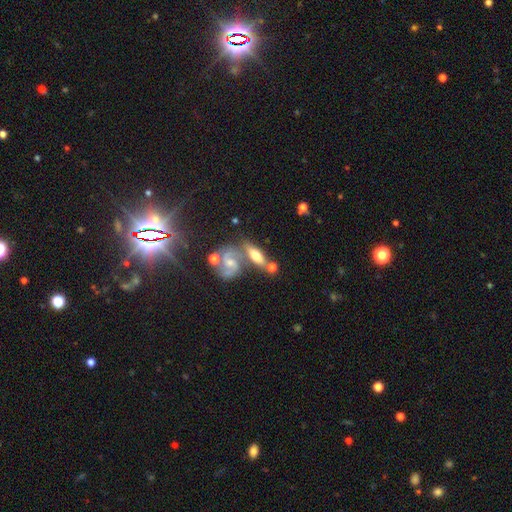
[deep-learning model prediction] Smooth or featured: featured or disk — 49% (smooth — 43%)
Merging: none — 47% (merger — 34%)